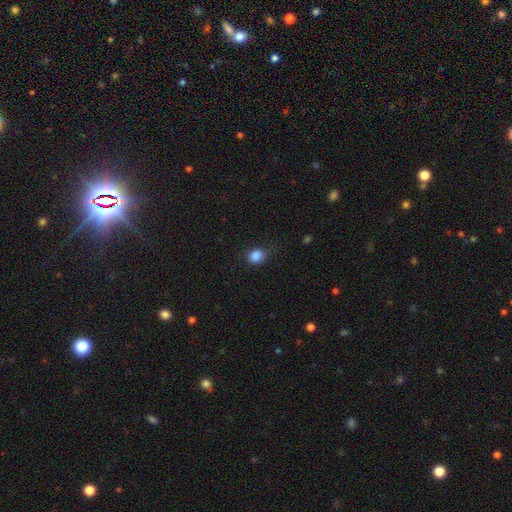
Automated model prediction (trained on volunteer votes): This is clearly a smooth galaxy (86%). How rounded: likely round (65%). Merging: likely none (75%).